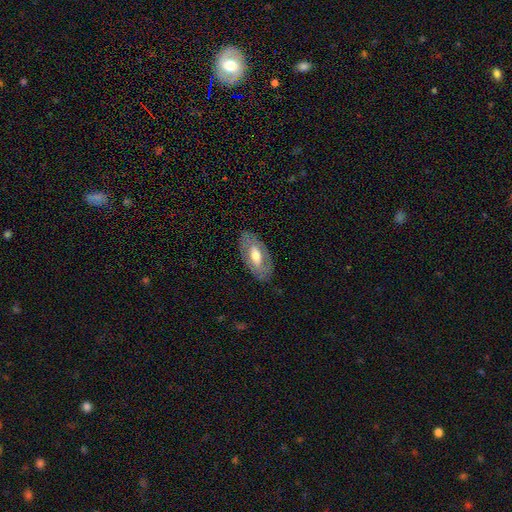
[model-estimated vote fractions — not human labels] The model was most divided on "smooth or featured": featured or disk: 51%, smooth: 43%, star or artifact: 6%. More confident: edge-on disk — no (84%); merging — none (82%).